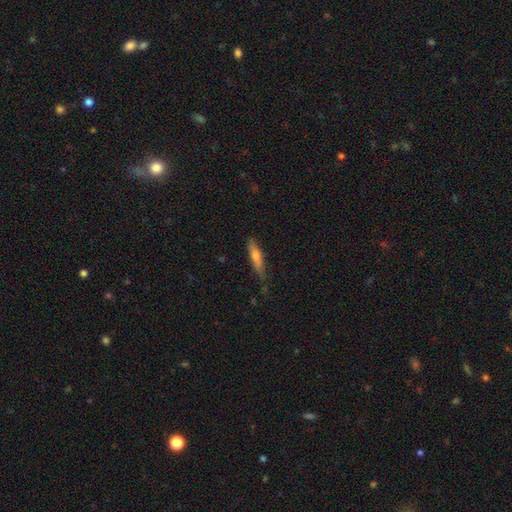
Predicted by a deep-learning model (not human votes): Smooth or featured? smooth (60%)
How rounded? cigar-shaped (83%)
Merging? none (70%)